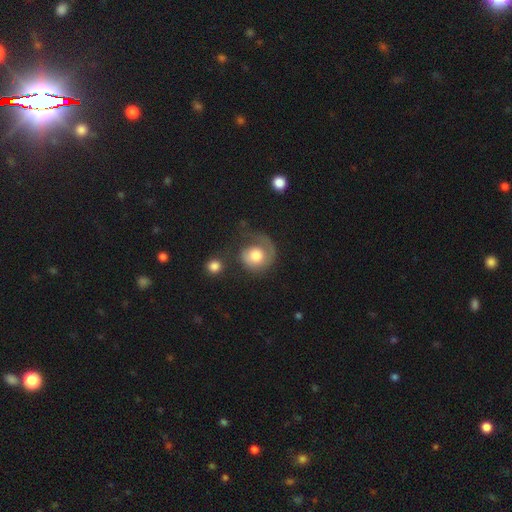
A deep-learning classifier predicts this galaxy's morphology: Smooth or featured? featured or disk (47%, tied with smooth)
Merging? none (39%)